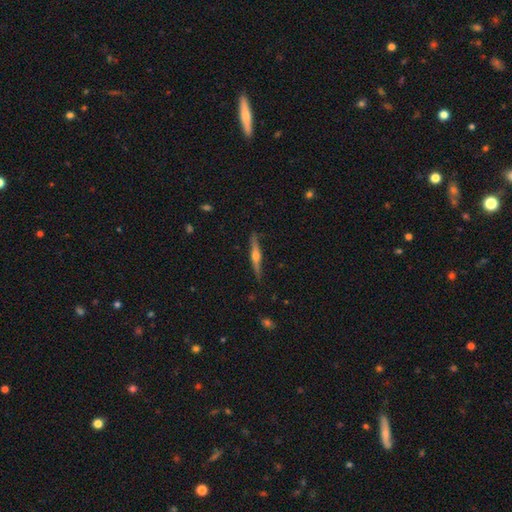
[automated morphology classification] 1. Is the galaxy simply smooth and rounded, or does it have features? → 76% featured or disk, 19% smooth, 5% star or artifact.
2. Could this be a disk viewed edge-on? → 98% yes, 2% no.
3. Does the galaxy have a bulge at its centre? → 94% rounded, 4% boxy, 3% none.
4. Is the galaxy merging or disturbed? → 88% none, 9% minor disturbance, 2% major disturbance, 1% merger.